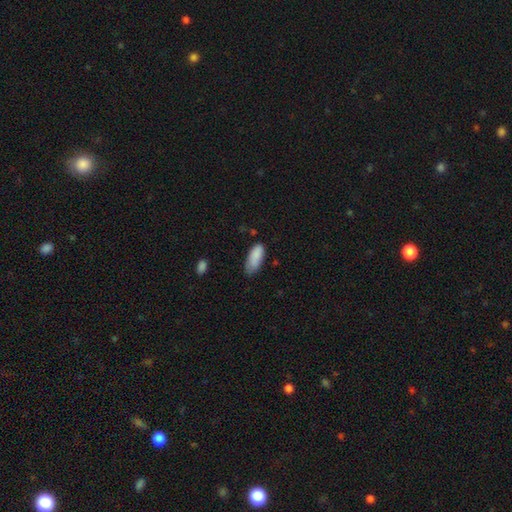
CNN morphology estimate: Smooth or featured? smooth (88%)
How rounded? in between (81%)
Merging? none (60%)